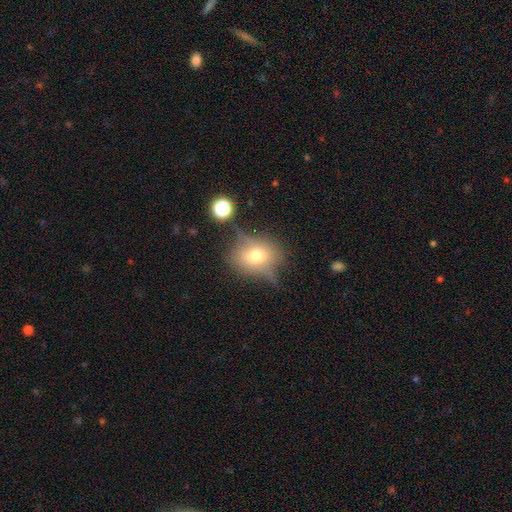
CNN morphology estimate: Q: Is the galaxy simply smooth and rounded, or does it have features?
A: smooth — 56%.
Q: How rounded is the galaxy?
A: round — 50%.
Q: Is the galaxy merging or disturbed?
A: none — 60%.